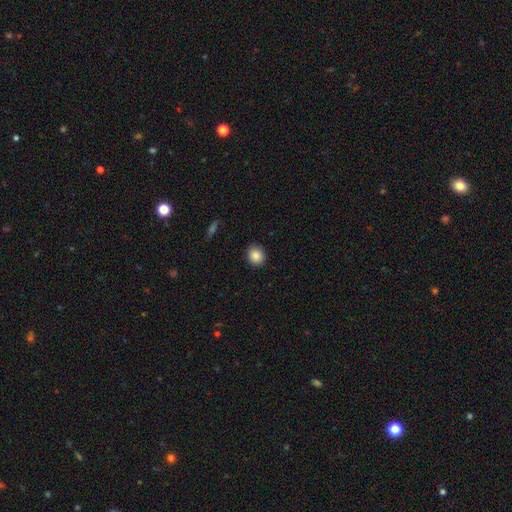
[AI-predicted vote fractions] Smooth or featured: smooth — 87% (star or artifact — 9%)
How rounded: round — 77% (in between — 22%)
Merging: none — 91% (minor disturbance — 6%)